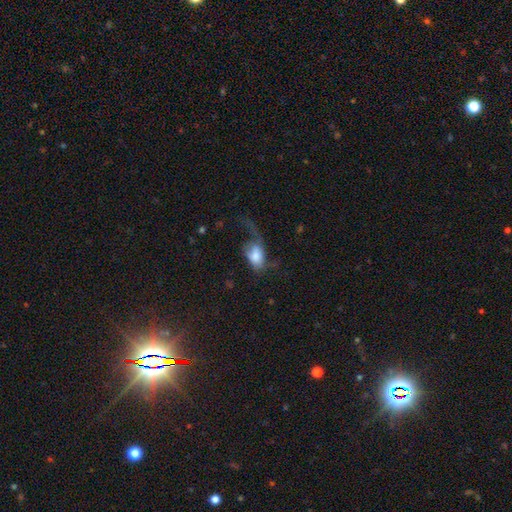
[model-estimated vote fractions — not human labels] Smooth or featured?
  - smooth: 65% *
  - featured or disk: 27%
  - star or artifact: 8%
How rounded?
  - in between: 87% *
  - round: 10%
  - cigar-shaped: 2%
Merging?
  - major disturbance: 61% *
  - none: 18%
  - minor disturbance: 16%
  - merger: 5%